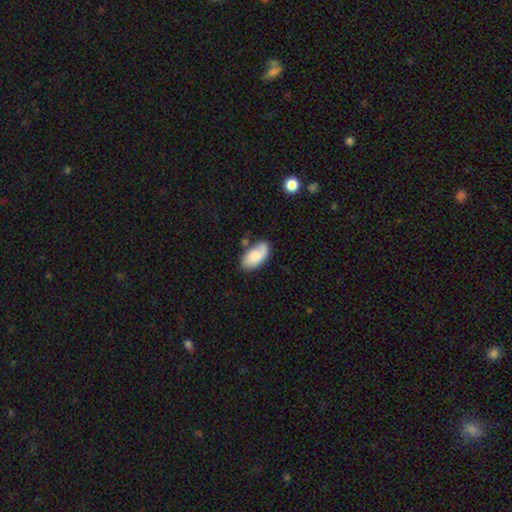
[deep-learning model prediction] This is likely a smooth galaxy (74%). How rounded: clearly in between (95%). Merging: likely none (60%).